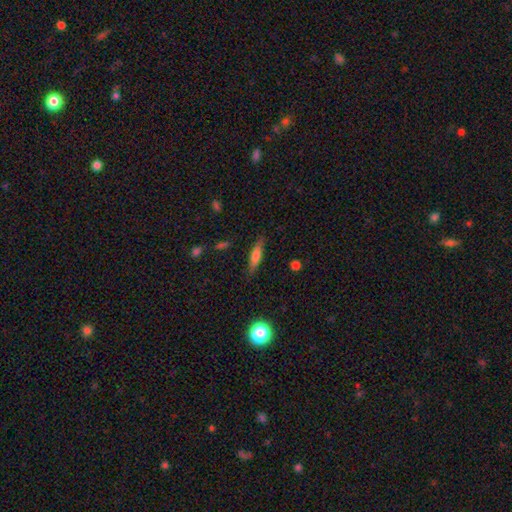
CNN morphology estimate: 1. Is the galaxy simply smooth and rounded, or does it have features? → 66% smooth, 26% featured or disk, 8% star or artifact.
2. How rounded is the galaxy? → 72% cigar-shaped, 26% in between, 2% round.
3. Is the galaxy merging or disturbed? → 83% none, 13% minor disturbance, 3% major disturbance, 2% merger.